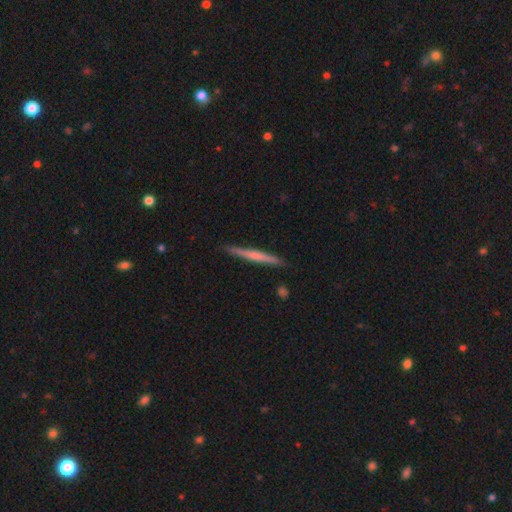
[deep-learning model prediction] Overall: featured or disk (52%; smooth 43%). Edge-on disk: yes (97%). Edge-on bulge: none (46%; rounded 43%). Merging: none (89%).